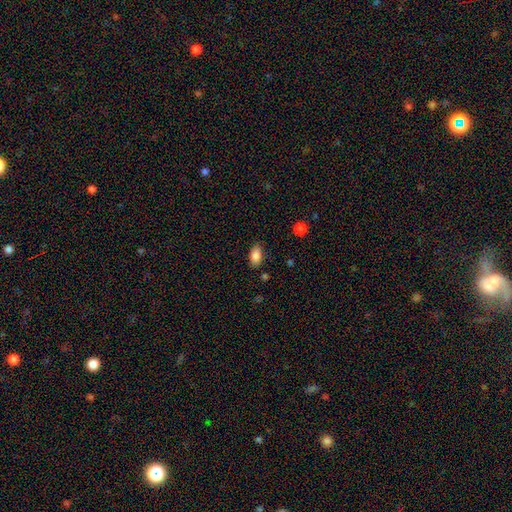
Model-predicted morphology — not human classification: smooth_or_featured: smooth (p=0.86) [alt: star or artifact p=0.08]
how_rounded: in between (p=0.91) [alt: round p=0.06]
merging: none (p=0.82) [alt: minor disturbance p=0.13]